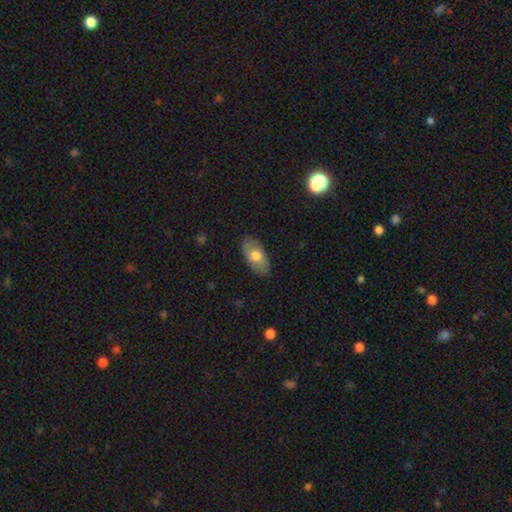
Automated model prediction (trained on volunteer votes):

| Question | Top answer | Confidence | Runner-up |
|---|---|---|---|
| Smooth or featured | smooth | 69% | featured or disk (25%) |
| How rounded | in between | 93% | round (4%) |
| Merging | none | 85% | minor disturbance (11%) |